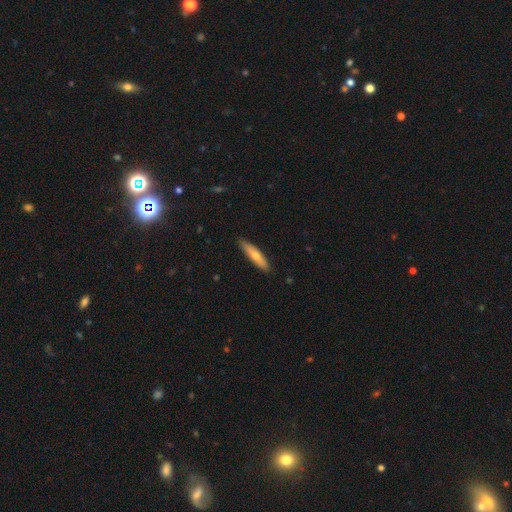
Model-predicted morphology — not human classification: Smooth or featured? smooth (67%)
How rounded? cigar-shaped (78%)
Merging? none (87%)